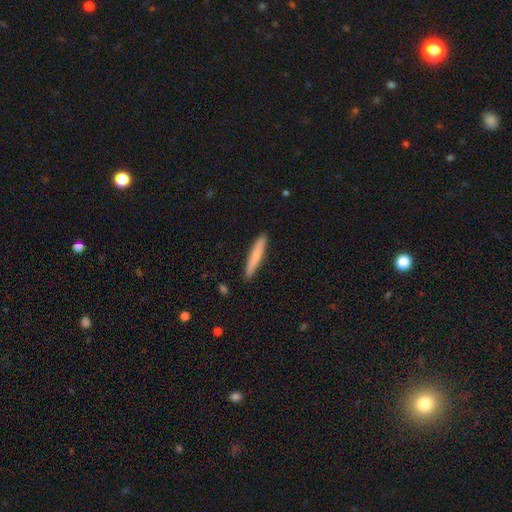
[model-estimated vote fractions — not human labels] The model was most divided on "smooth or featured": smooth: 70%, featured or disk: 25%, star or artifact: 5%. More confident: how rounded — cigar-shaped (94%); merging — none (91%).